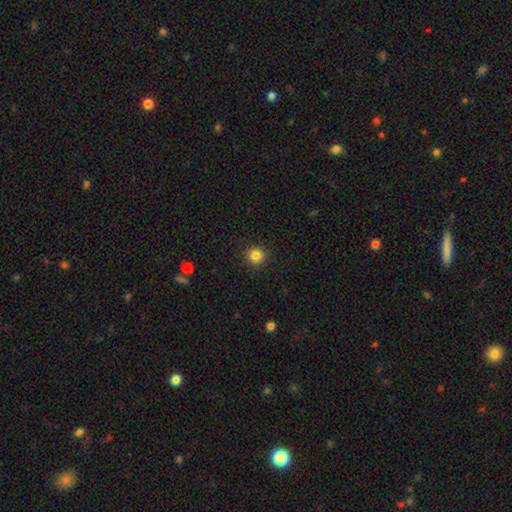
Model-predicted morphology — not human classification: Smooth or featured?
  - smooth: 84% *
  - star or artifact: 12%
  - featured or disk: 4%
How rounded?
  - round: 94% *
  - in between: 5%
  - cigar-shaped: 1%
Merging?
  - none: 92% *
  - minor disturbance: 5%
  - major disturbance: 2%
  - merger: 1%